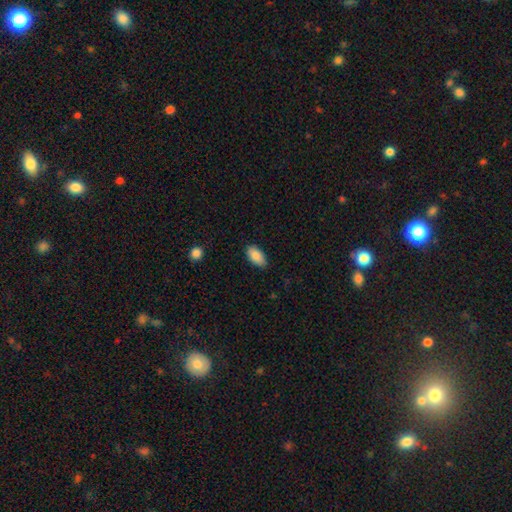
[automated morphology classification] Smooth or featured? Predicted: smooth (p=0.88). How rounded? Predicted: in between (p=0.94). Merging? Predicted: none (p=0.83).